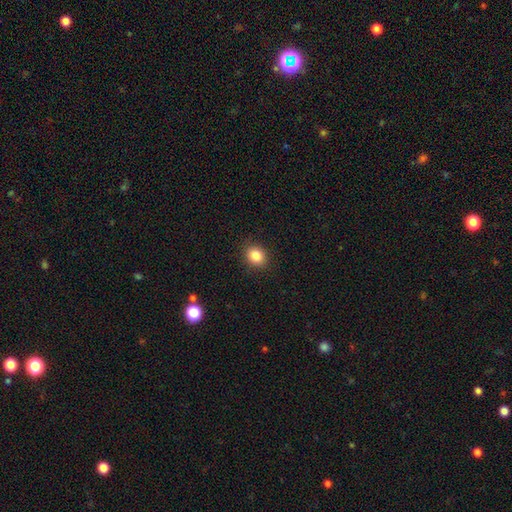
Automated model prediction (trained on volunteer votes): Morphology: type=smooth (85%); roundness=round (62%); merging=none (90%).